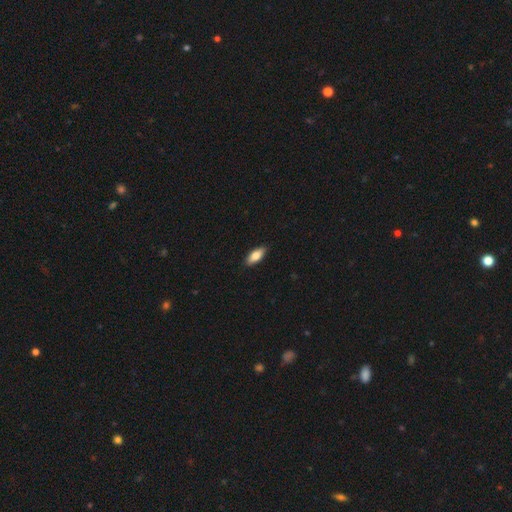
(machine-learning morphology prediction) Smooth or featured: smooth — 78% (featured or disk — 16%)
How rounded: in between — 79% (cigar-shaped — 18%)
Merging: none — 89% (minor disturbance — 8%)